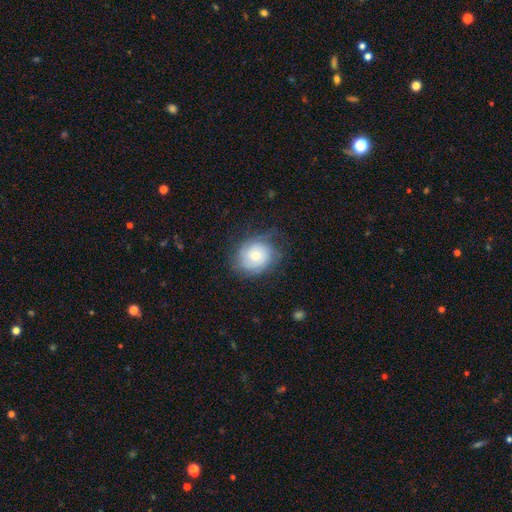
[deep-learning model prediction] The model was most divided on "smooth or featured": smooth: 47%, featured or disk: 46%, star or artifact: 8%. More confident: merging — none (62%).